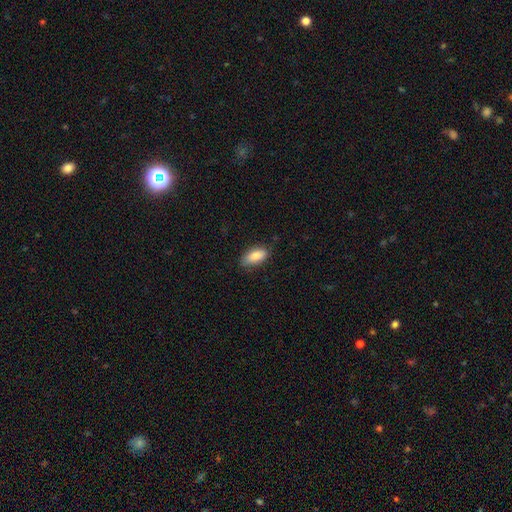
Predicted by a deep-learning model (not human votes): Smooth or featured? Predicted: smooth (p=0.84). How rounded? Predicted: in between (p=0.87). Merging? Predicted: none (p=0.80).